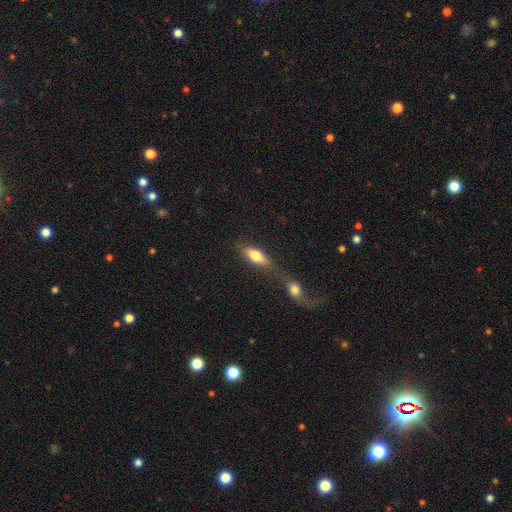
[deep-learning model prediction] Smooth or featured?
  - smooth: 66% *
  - featured or disk: 26%
  - star or artifact: 8%
How rounded?
  - in between: 72% *
  - cigar-shaped: 22%
  - round: 5%
Merging?
  - none: 42% *
  - merger: 41%
  - minor disturbance: 11%
  - major disturbance: 7%